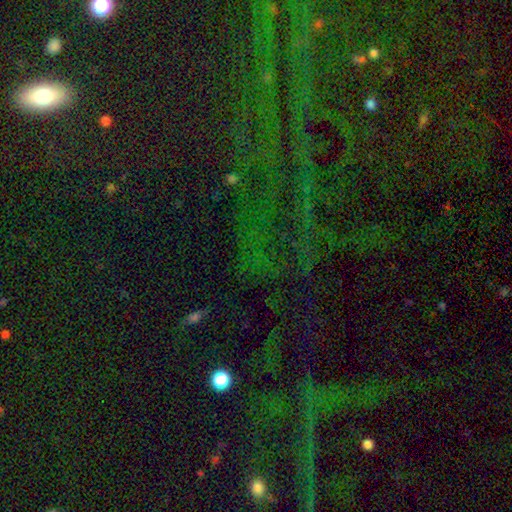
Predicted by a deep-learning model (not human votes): star or artifact 74%, smooth 16%, featured or disk 11%.